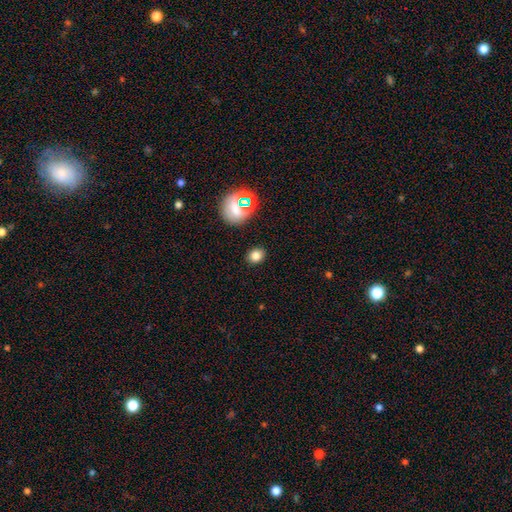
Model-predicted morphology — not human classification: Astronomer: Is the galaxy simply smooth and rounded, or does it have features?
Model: smooth — 78%.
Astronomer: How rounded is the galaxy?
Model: round — 52% (runner-up: in between, 47%).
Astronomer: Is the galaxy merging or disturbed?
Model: none — 88%.